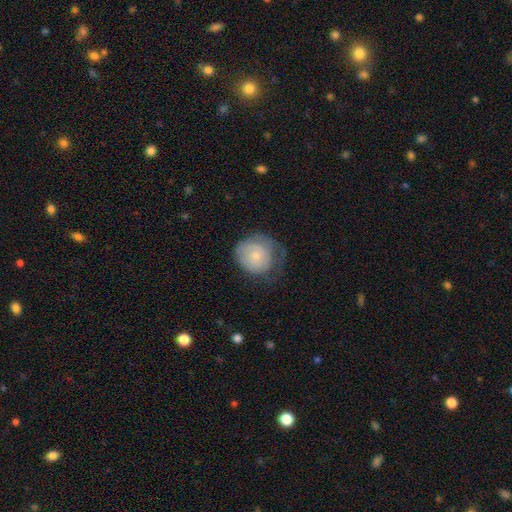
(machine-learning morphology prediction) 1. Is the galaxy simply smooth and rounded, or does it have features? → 63% smooth, 30% featured or disk, 7% star or artifact.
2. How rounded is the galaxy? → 83% round, 16% in between, 1% cigar-shaped.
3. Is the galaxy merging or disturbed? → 44% none, 33% minor disturbance, 22% major disturbance, 1% merger.